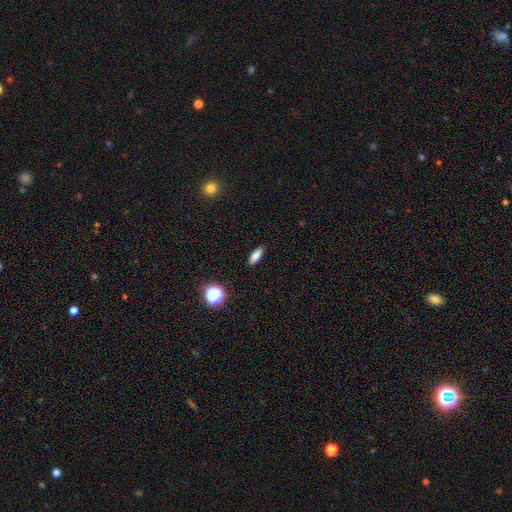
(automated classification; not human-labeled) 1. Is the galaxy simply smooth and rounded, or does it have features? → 84% smooth, 10% star or artifact, 6% featured or disk.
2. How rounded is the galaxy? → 66% in between, 30% cigar-shaped, 4% round.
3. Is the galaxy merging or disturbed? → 90% none, 7% minor disturbance, 2% major disturbance, 1% merger.